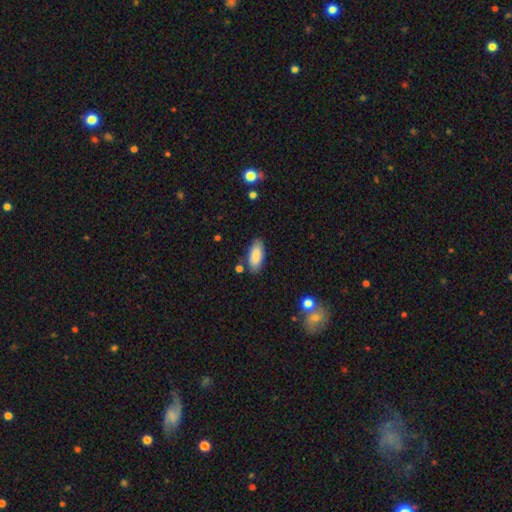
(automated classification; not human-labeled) Smooth or featured: smooth — 86% (featured or disk — 8%)
How rounded: in between — 87% (cigar-shaped — 11%)
Merging: none — 81% (minor disturbance — 12%)